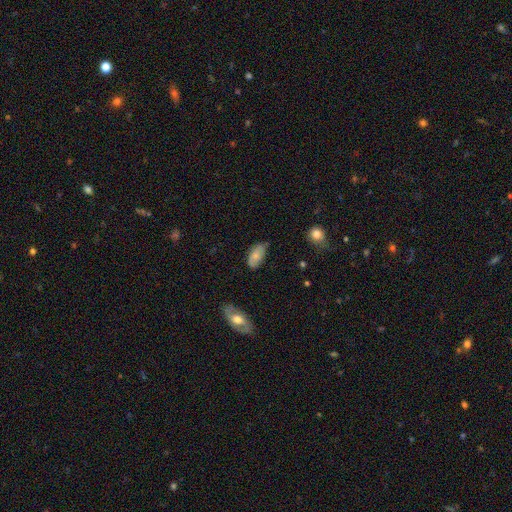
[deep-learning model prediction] Q: Smooth or featured?
A: smooth (69%); runner-up: featured or disk (24%)
Q: How rounded?
A: in between (93%); runner-up: cigar-shaped (4%)
Q: Merging?
A: none (66%); runner-up: minor disturbance (27%)